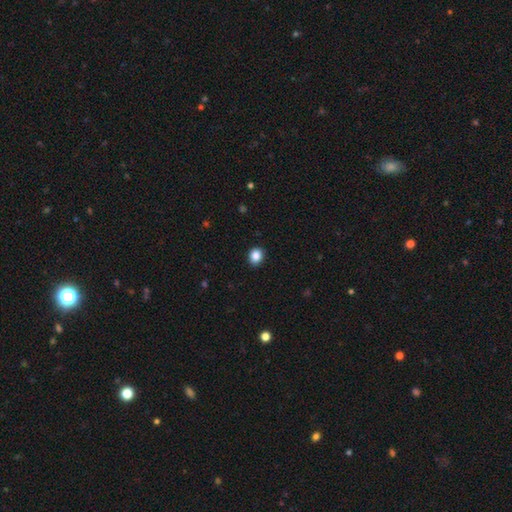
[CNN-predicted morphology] Smooth or featured? Predicted: smooth (p=0.87). How rounded? Predicted: round (p=0.61). Merging? Predicted: none (p=0.91).